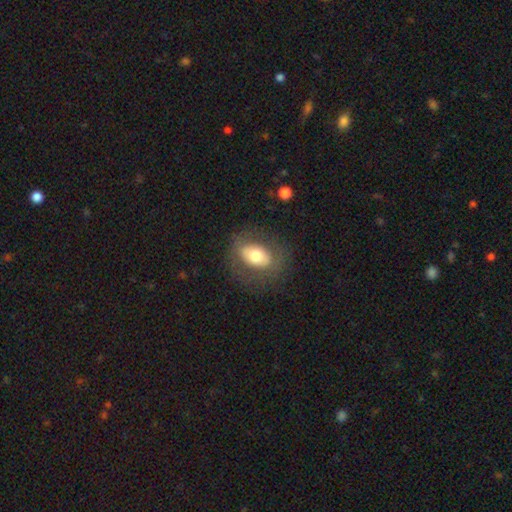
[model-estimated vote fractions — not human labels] The model was most divided on "smooth or featured": smooth: 59%, featured or disk: 32%, star or artifact: 8%. More confident: merging — none (76%); how rounded — in between (74%).